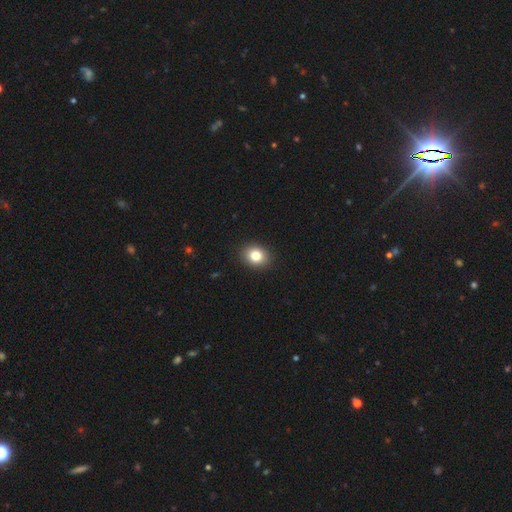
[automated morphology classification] The model was most divided on "how rounded": round: 57%, in between: 42%, cigar-shaped: 1%. More confident: merging — none (91%); smooth or featured — smooth (82%).